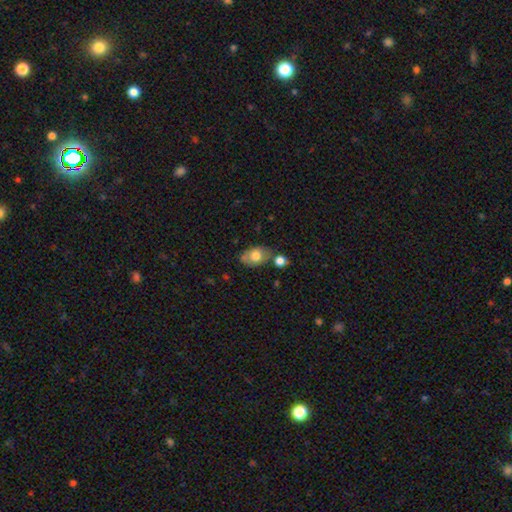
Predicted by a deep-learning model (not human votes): smooth 72%, featured or disk 20%, star or artifact 8%. Down the decision tree: how rounded — in between (82%); merging — none (61%).